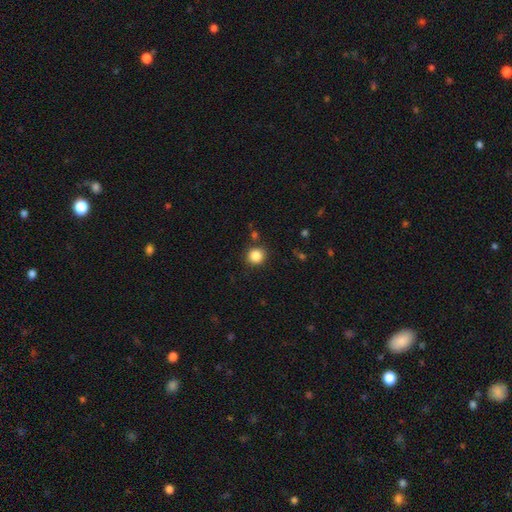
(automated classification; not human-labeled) The model was most divided on "smooth or featured": smooth: 85%, star or artifact: 11%, featured or disk: 4%. More confident: how rounded — round (90%); merging — none (85%).